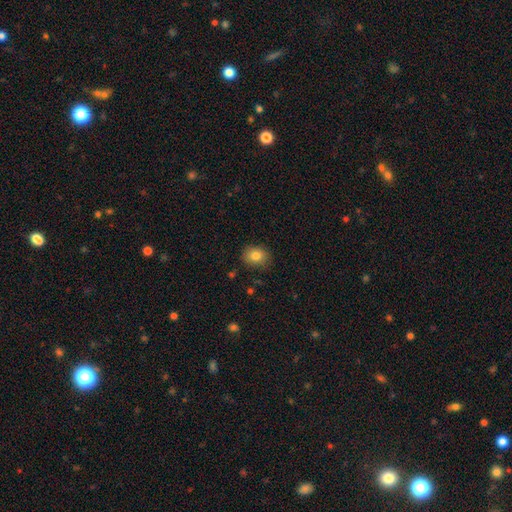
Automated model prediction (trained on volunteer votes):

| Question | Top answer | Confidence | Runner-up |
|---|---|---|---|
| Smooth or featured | smooth | 82% | star or artifact (10%) |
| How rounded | round | 52% | in between (47%) |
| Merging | none | 83% | minor disturbance (13%) |